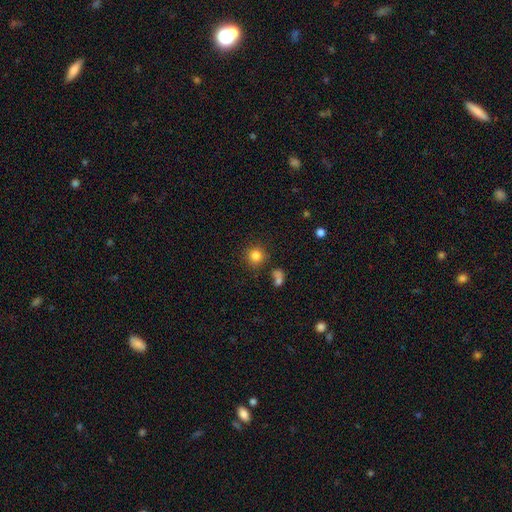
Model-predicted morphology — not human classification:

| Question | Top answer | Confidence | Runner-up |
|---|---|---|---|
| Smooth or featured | smooth | 83% | star or artifact (11%) |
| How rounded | round | 92% | in between (7%) |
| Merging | none | 83% | minor disturbance (8%) |